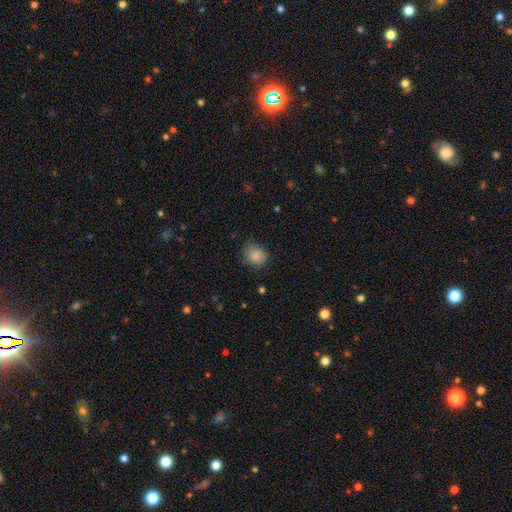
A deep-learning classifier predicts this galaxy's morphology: Smooth or featured: smooth — 86% (star or artifact — 9%)
How rounded: round — 70% (in between — 29%)
Merging: none — 73% (minor disturbance — 21%)